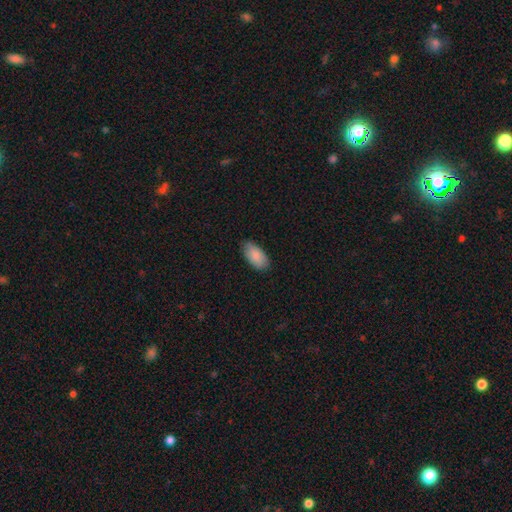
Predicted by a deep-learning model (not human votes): The model was most divided on "merging": none: 80%, minor disturbance: 17%, major disturbance: 2%, merger: 1%. More confident: how rounded — in between (94%); smooth or featured — smooth (87%).